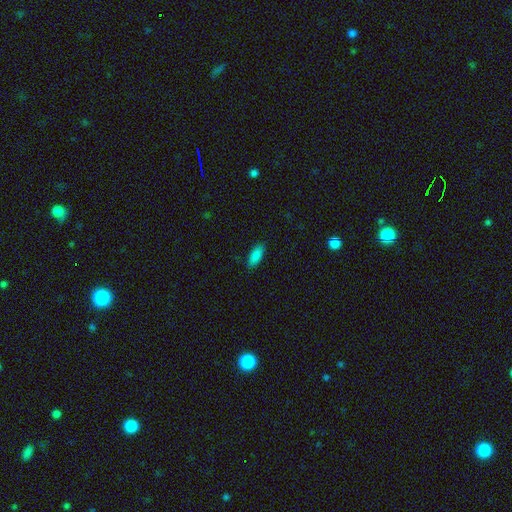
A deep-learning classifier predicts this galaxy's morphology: This is clearly a smooth galaxy (88%). How rounded: likely in between (77%). Merging: clearly none (87%).